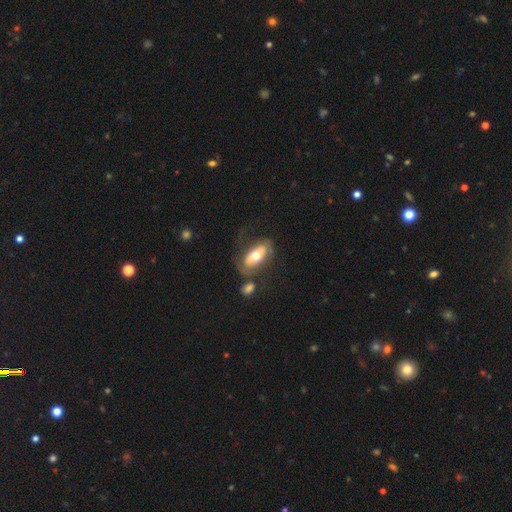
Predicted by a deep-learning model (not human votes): featured or disk 48%, smooth 46%, star or artifact 6%. Down the decision tree: merging — none (48%).